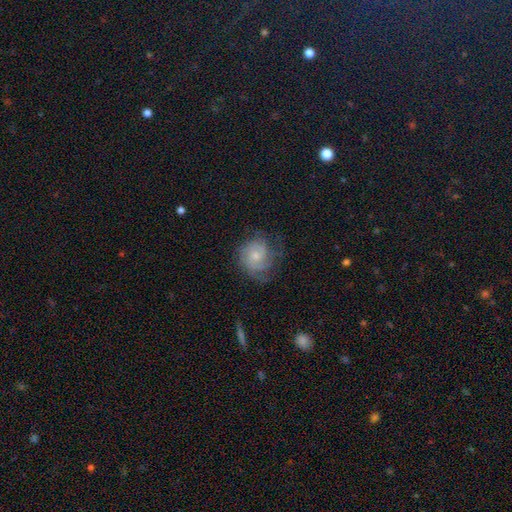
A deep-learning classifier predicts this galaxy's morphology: Q: Smooth or featured?
A: featured or disk (68%); runner-up: smooth (25%)
Q: Edge-on disk?
A: no (98%); runner-up: yes (2%)
Q: Bar?
A: no (74%); runner-up: weak (23%)
Q: Spiral arms?
A: yes (91%); runner-up: no (9%)
Q: Spiral winding?
A: tight (56%); runner-up: medium (33%)
Q: Spiral arm count?
A: can't tell (35%); runner-up: 2 (24%)
Q: Bulge size?
A: small (57%); runner-up: moderate (35%)
Q: Merging?
A: none (61%); runner-up: minor disturbance (23%)